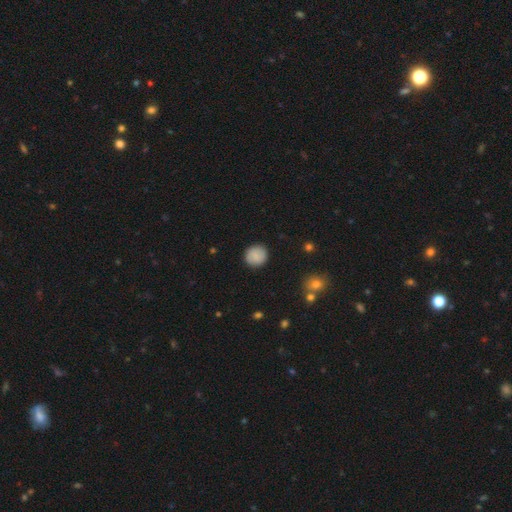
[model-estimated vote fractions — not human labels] This is clearly a smooth galaxy (82%). How rounded: clearly round (89%). Merging: clearly none (89%).